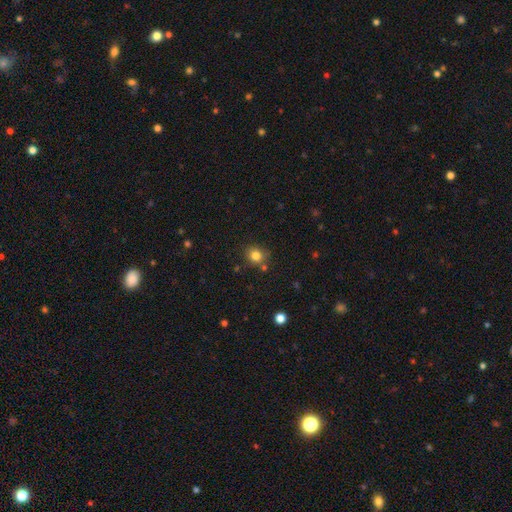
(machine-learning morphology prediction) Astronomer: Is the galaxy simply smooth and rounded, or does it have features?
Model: smooth — 81%.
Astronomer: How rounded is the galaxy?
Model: round — 78%.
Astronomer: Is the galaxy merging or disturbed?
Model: none — 78%.